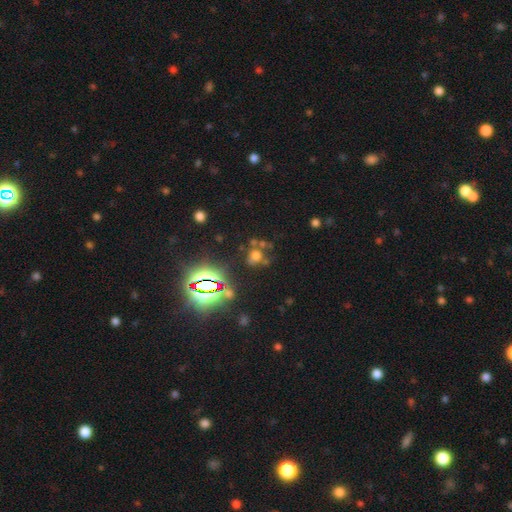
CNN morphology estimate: smooth-or-featured: smooth: 48% | star or artifact: 39% | featured or disk: 13%
  merging: none: 55% | merger: 19% | minor disturbance: 16% | major disturbance: 10%